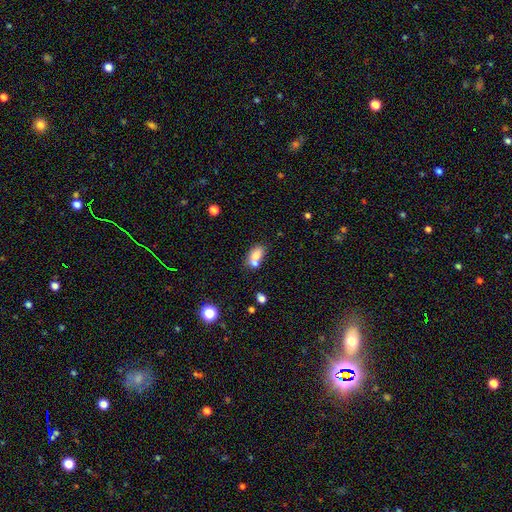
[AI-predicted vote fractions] Overall: smooth (75%). How rounded: in between (84%). Merging: merger (44%; none 39%).